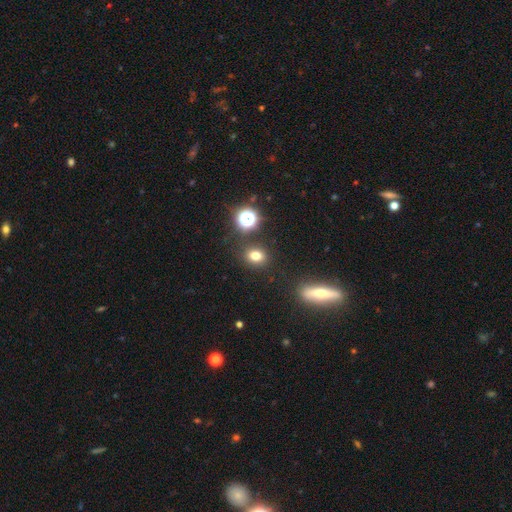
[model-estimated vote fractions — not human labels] smooth 75%, star or artifact 17%, featured or disk 8%. Down the decision tree: how rounded — round (55%); merging — none (84%).